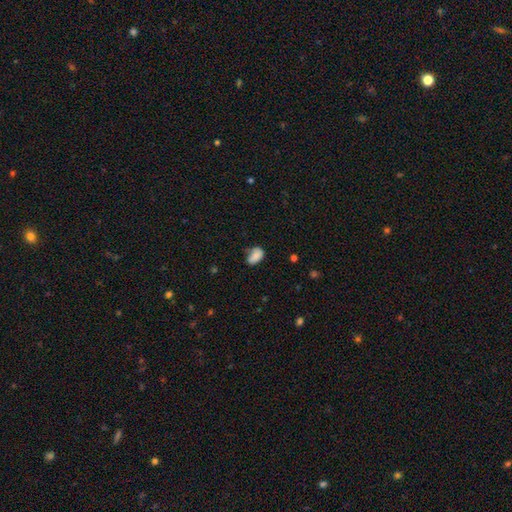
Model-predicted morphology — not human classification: This is clearly a smooth galaxy (83%). How rounded: clearly in between (88%). Merging: possibly none (49%).